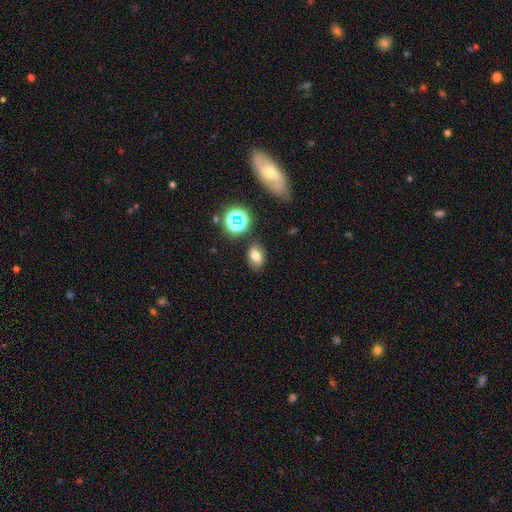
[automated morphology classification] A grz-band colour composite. It shows a smooth galaxy with no disk features (70%) that is in between round and cigar-shaped (78%). Merging: none (80%).